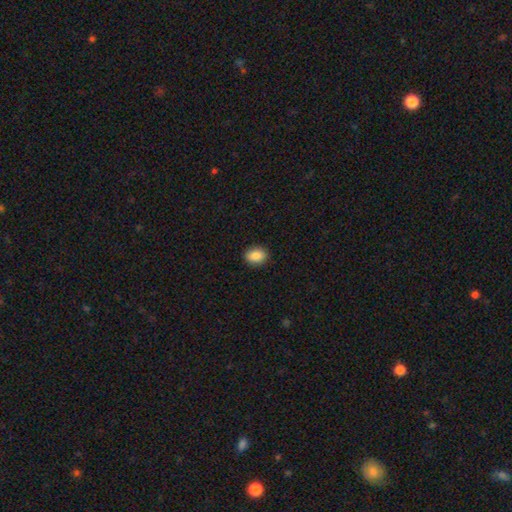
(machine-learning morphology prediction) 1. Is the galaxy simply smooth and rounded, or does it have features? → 88% smooth, 8% star or artifact, 4% featured or disk.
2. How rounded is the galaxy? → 69% in between, 30% round, 1% cigar-shaped.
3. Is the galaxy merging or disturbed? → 90% none, 7% minor disturbance, 2% major disturbance, 1% merger.